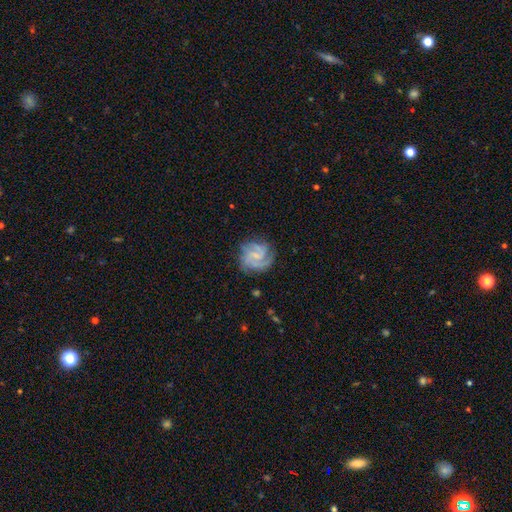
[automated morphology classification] smooth_or_featured: featured or disk (p=0.86) [alt: smooth p=0.08]
disk_edge_on: no (p=0.98) [alt: yes p=0.02]
bar: no (p=0.46) [alt: weak p=0.44]
has_spiral_arms: yes (p=0.98) [alt: no p=0.02]
spiral_winding: tight (p=0.53) [alt: medium p=0.40]
spiral_arm_count: 3 (p=0.49) [alt: 2 p=0.19]
bulge_size: small (p=0.61) [alt: none p=0.21]
merging: none (p=0.77) [alt: minor disturbance p=0.15]